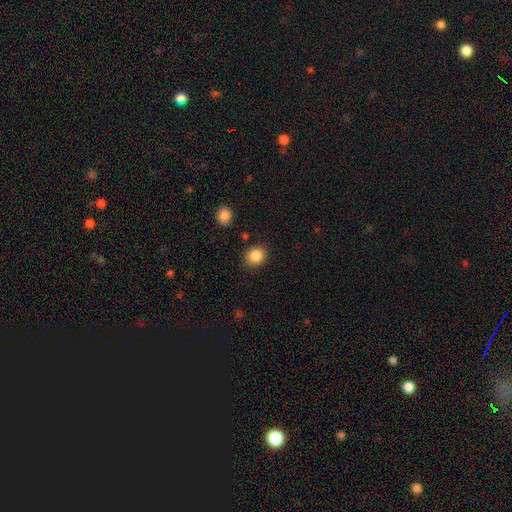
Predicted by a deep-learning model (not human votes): Smooth or featured? Predicted: smooth (p=0.86). How rounded? Predicted: round (p=0.71). Merging? Predicted: none (p=0.87).